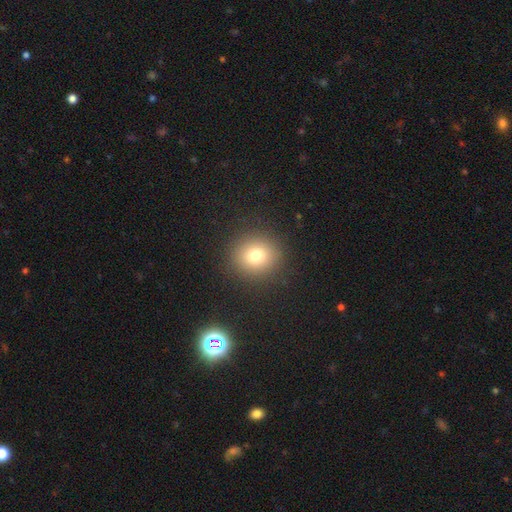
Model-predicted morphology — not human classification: A smooth galaxy with no disk features (76%) that is round (88%).

Vote fractions:
- Smooth or featured? smooth: 76% / star or artifact: 15% / featured or disk: 10%
- How rounded? round: 88% / in between: 11% / cigar-shaped: 1%
- Merging? none: 90% / minor disturbance: 6% / major disturbance: 3% / merger: 1%